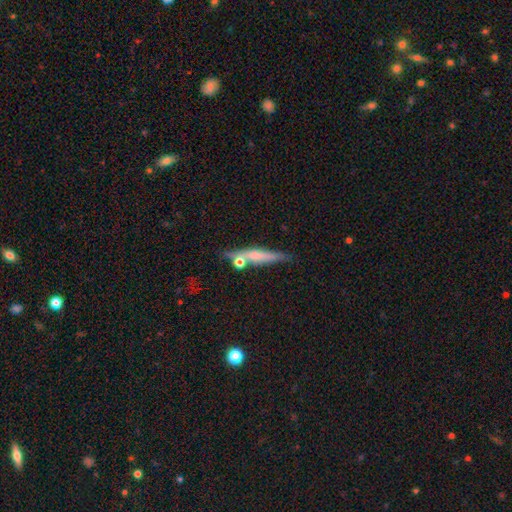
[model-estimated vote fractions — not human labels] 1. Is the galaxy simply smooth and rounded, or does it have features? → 47% smooth, 44% featured or disk, 9% star or artifact.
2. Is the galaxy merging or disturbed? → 68% none, 15% minor disturbance, 13% merger, 5% major disturbance.